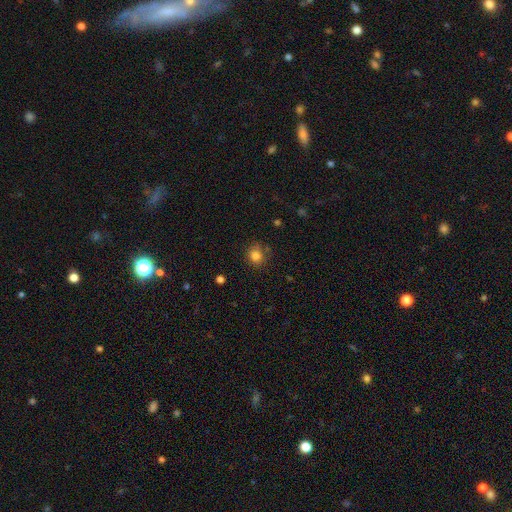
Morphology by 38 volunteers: smooth 87%, star or artifact 8%, featured or disk 5%. Down the decision tree: how rounded — round (82%); merging — none (71%).